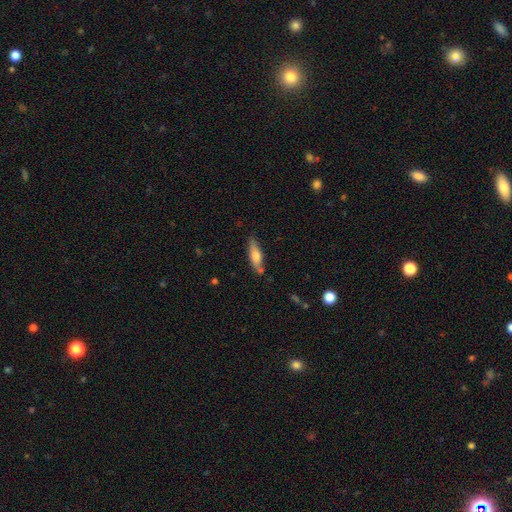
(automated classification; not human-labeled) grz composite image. It shows a smooth galaxy with no disk features (61%) that is cigar-shaped (60%). Merging: none (72%).